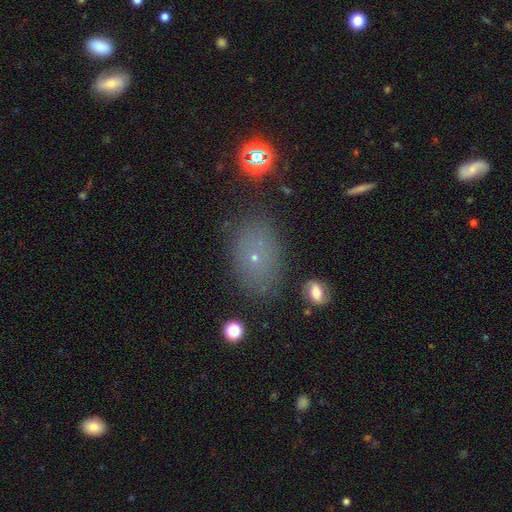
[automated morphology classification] smooth-or-featured: smooth: 58% | star or artifact: 24% | featured or disk: 18%
  how-rounded: in between: 77% | round: 22% | cigar-shaped: 2%
  merging: none: 81% | minor disturbance: 12% | major disturbance: 4% | merger: 2%